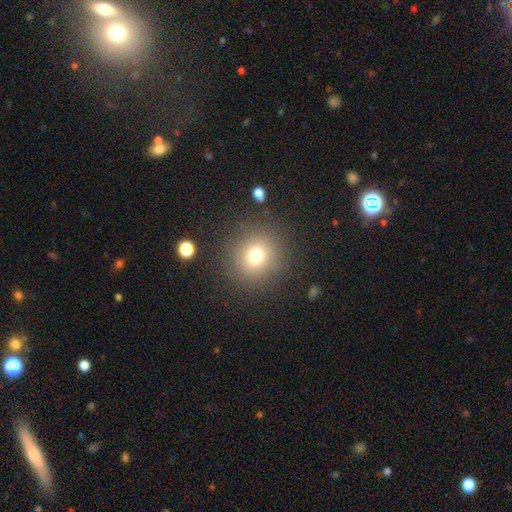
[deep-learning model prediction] Smooth or featured?
  - smooth: 74% *
  - star or artifact: 16%
  - featured or disk: 10%
How rounded?
  - round: 91% *
  - in between: 9%
  - cigar-shaped: 1%
Merging?
  - none: 87% *
  - minor disturbance: 7%
  - major disturbance: 4%
  - merger: 2%